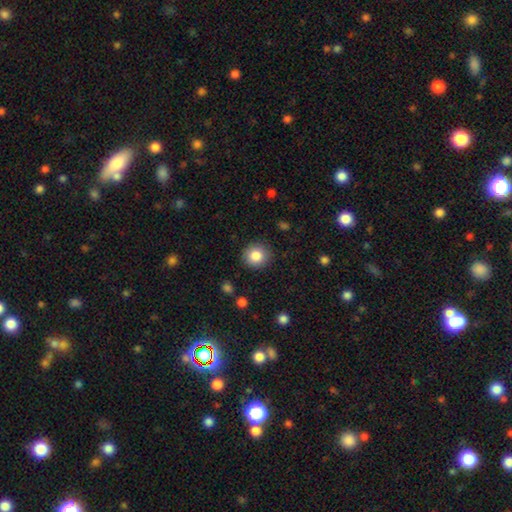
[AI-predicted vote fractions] smooth_or_featured: smooth (p=0.85) [alt: star or artifact p=0.09]
how_rounded: round (p=0.90) [alt: in between p=0.09]
merging: none (p=0.90) [alt: minor disturbance p=0.07]